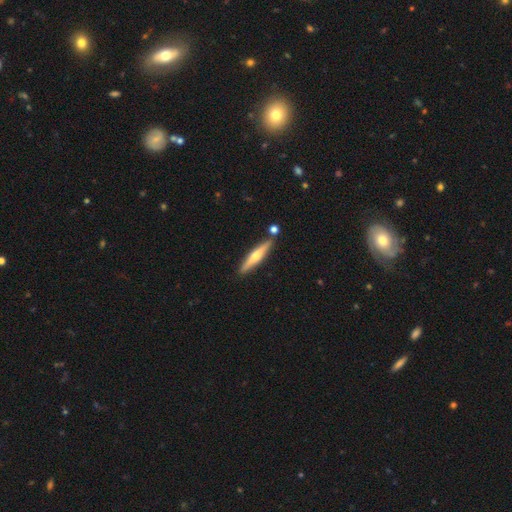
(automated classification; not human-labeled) A featured or disk galaxy (54%) viewed edge-on (96%) with a rounded central bulge (82%).

Vote fractions:
- Smooth or featured? featured or disk: 54% / smooth: 40% / star or artifact: 6%
- Edge-on disk? yes: 96% / no: 4%
- Edge-on bulge? rounded: 82% / none: 12% / boxy: 6%
- Merging? none: 85% / minor disturbance: 8% / merger: 5% / major disturbance: 2%